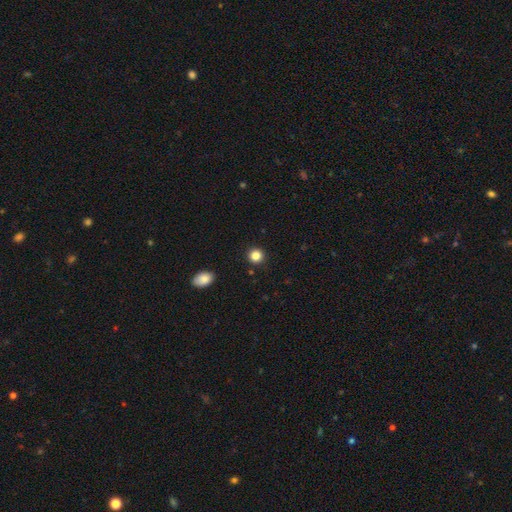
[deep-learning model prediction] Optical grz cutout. It shows a smooth galaxy with no disk features (86%) that is round (92%). Merging: none (91%).